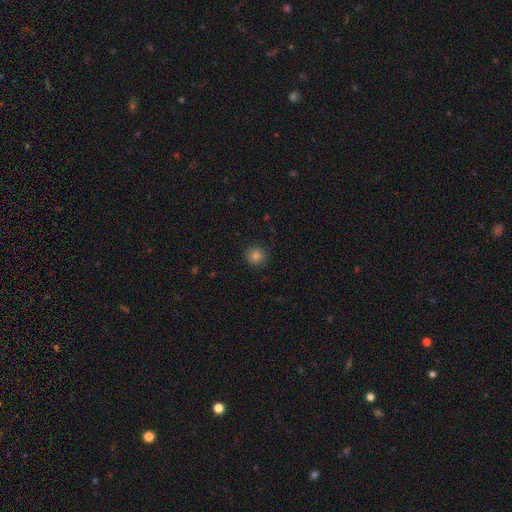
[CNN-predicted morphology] Smooth or featured? smooth (83%)
How rounded? round (93%)
Merging? none (87%)